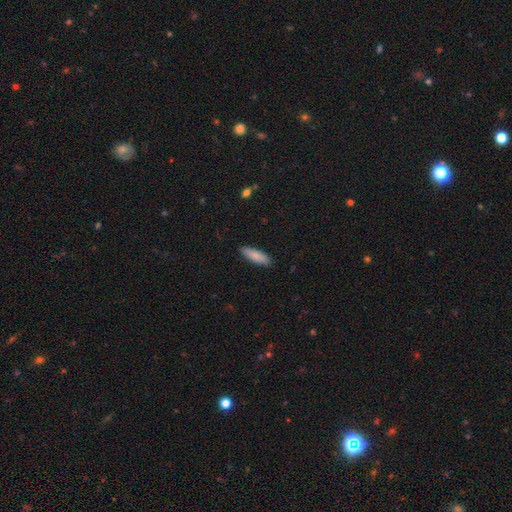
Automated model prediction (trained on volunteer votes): Smooth or featured?
  - smooth: 86% *
  - featured or disk: 9%
  - star or artifact: 5%
How rounded?
  - cigar-shaped: 54% *
  - in between: 44%
  - round: 2%
Merging?
  - none: 89% *
  - minor disturbance: 8%
  - major disturbance: 2%
  - merger: 1%